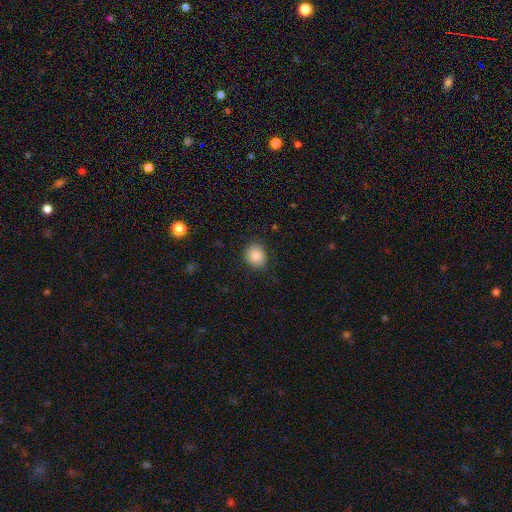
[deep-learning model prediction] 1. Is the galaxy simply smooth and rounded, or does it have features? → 85% smooth, 9% star or artifact, 6% featured or disk.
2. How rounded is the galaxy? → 74% round, 25% in between, 1% cigar-shaped.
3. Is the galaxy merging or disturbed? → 83% none, 13% minor disturbance, 3% major disturbance, 1% merger.